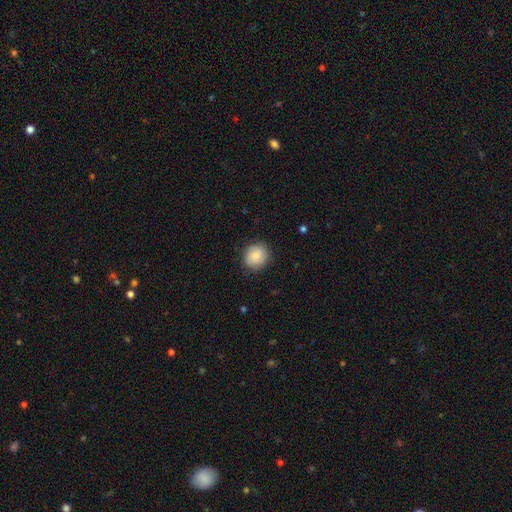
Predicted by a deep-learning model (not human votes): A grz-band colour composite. It shows a smooth galaxy with no disk features (85%) that is round (77%). Merging: none (85%).